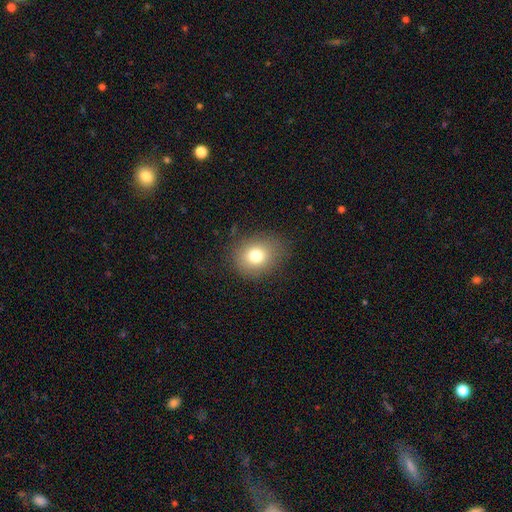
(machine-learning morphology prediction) Smooth or featured?
  - smooth: 76% *
  - star or artifact: 13%
  - featured or disk: 11%
How rounded?
  - round: 63% *
  - in between: 36%
  - cigar-shaped: 1%
Merging?
  - none: 80% *
  - minor disturbance: 13%
  - major disturbance: 5%
  - merger: 1%